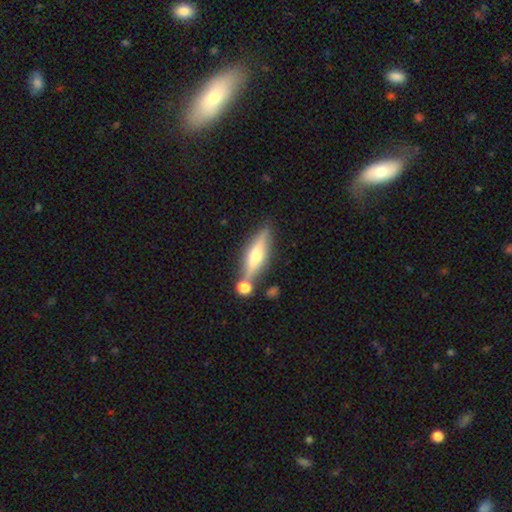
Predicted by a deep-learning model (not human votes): Q: Smooth or featured?
A: featured or disk (57%); runner-up: smooth (36%)
Q: Edge-on disk?
A: yes (93%); runner-up: no (7%)
Q: Edge-on bulge?
A: rounded (85%); runner-up: boxy (8%)
Q: Merging?
A: none (74%); runner-up: minor disturbance (12%)